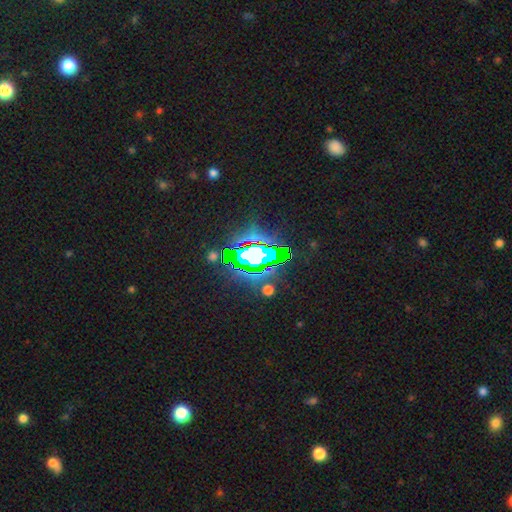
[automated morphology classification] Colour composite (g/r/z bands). It shows a star or artifact, not a galaxy (69%).